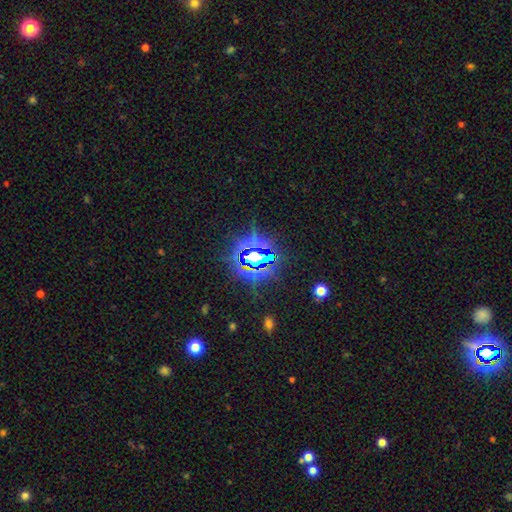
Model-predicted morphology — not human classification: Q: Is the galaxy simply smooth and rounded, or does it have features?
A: star or artifact — 81%.